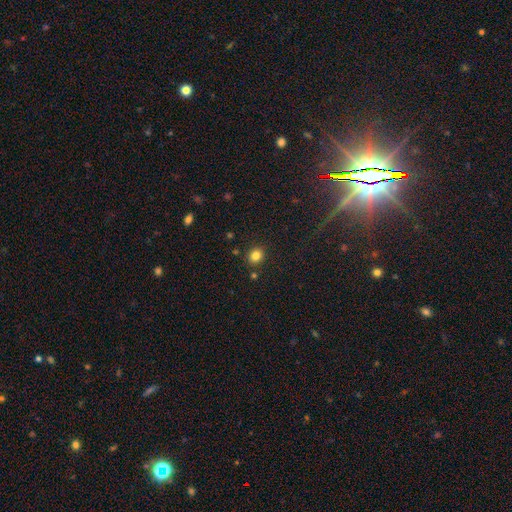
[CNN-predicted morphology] This is clearly a smooth galaxy (83%). How rounded: likely round (66%). Merging: clearly none (85%).